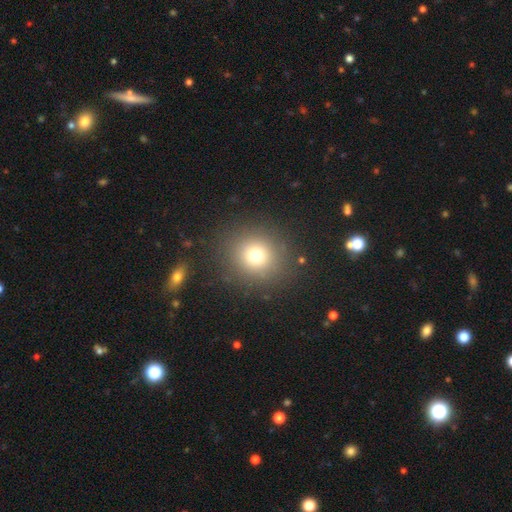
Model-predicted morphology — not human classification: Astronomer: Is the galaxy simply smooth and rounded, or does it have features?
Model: smooth — 74%.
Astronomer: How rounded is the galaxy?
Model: round — 89%.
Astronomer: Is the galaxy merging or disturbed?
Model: none — 87%.